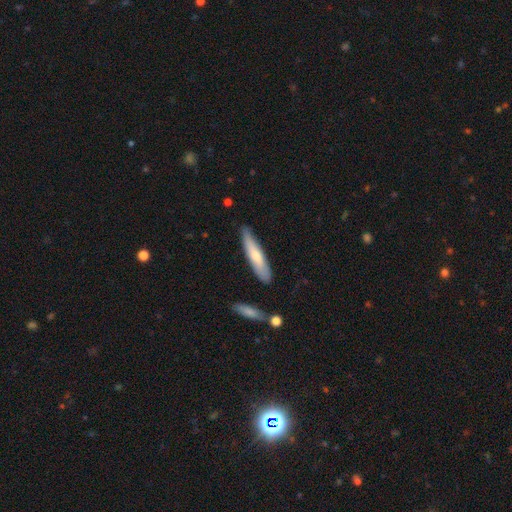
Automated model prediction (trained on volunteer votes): This appears to be a smooth galaxy with no disk features (65%) that is cigar-shaped (83%). Merging: none (81%).